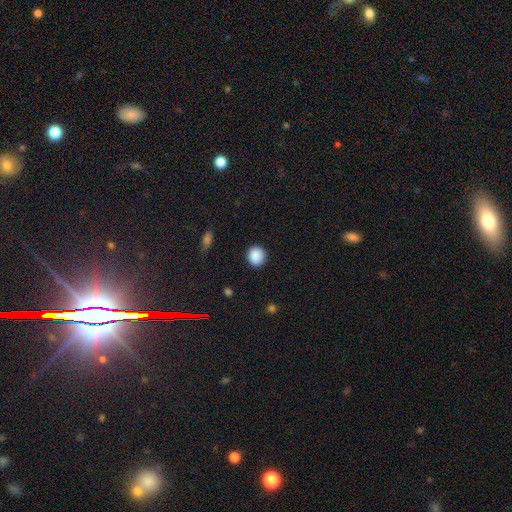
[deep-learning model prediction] A smooth galaxy with no disk features (89%) that is round (89%).

Vote fractions:
- Smooth or featured? smooth: 89% / star or artifact: 9% / featured or disk: 3%
- How rounded? round: 89% / in between: 10% / cigar-shaped: 1%
- Merging? none: 90% / minor disturbance: 6% / major disturbance: 2% / merger: 1%